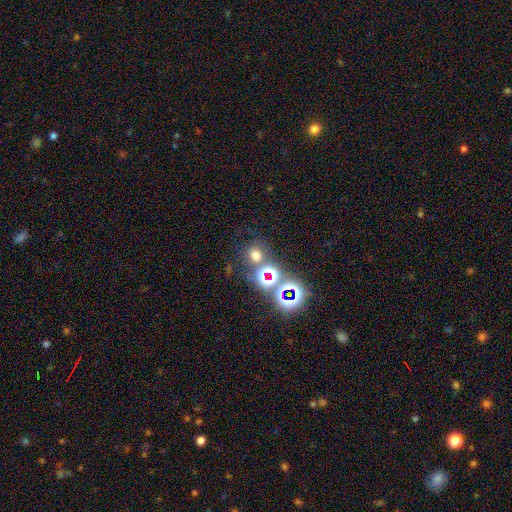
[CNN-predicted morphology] The model was most divided on "smooth or featured": smooth: 55%, star or artifact: 36%, featured or disk: 9%. More confident: how rounded — round (79%); merging — none (70%).